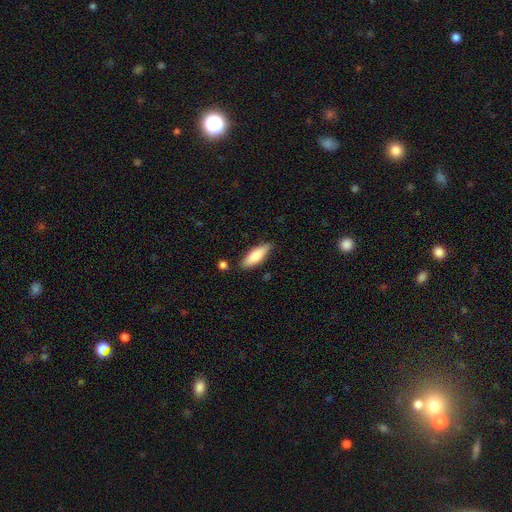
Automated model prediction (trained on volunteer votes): Morphology: type=smooth (78%); roundness=in between (56%); merging=none (79%).